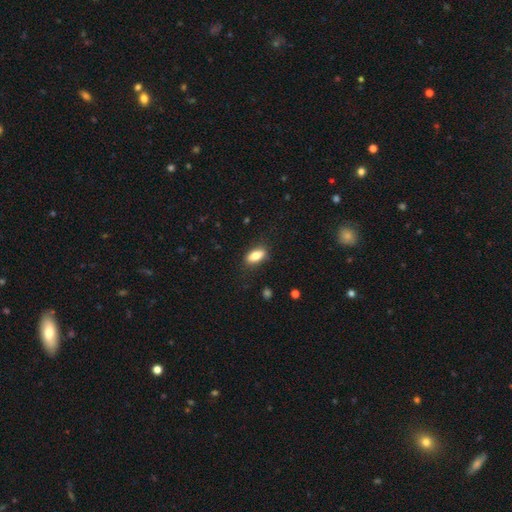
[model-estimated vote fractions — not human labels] Smooth or featured: smooth — 81% (featured or disk — 12%)
How rounded: in between — 80% (cigar-shaped — 17%)
Merging: none — 83% (minor disturbance — 12%)